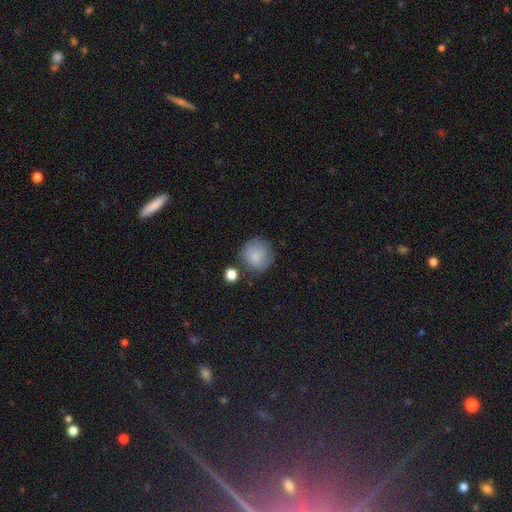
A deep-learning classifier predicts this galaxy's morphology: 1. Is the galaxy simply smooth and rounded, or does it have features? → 79% smooth, 13% featured or disk, 8% star or artifact.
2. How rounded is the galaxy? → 91% round, 8% in between, 1% cigar-shaped.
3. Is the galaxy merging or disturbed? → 70% none, 18% minor disturbance, 7% merger, 6% major disturbance.